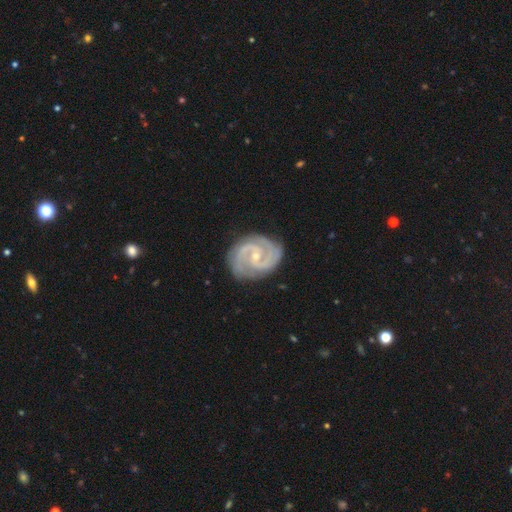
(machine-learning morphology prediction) Overall: featured or disk (93%). Edge-on disk: no (98%). Bar: weak (45%; no 41%). Spiral arms: yes (99%). Spiral arm count: 2 (82%). Spiral winding: tight (47%; medium 46%). Bulge size: small (73%). Merging: none (82%).